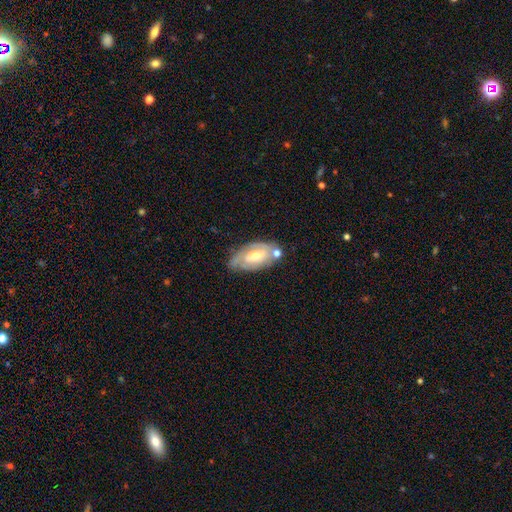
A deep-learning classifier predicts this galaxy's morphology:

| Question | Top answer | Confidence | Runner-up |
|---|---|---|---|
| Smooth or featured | featured or disk | 66% | smooth (28%) |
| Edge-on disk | no | 91% | yes (9%) |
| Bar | no | 50% | weak (38%) |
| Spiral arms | yes | 77% | no (23%) |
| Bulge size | moderate | 55% | small (39%) |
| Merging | none | 59% | minor disturbance (22%) |